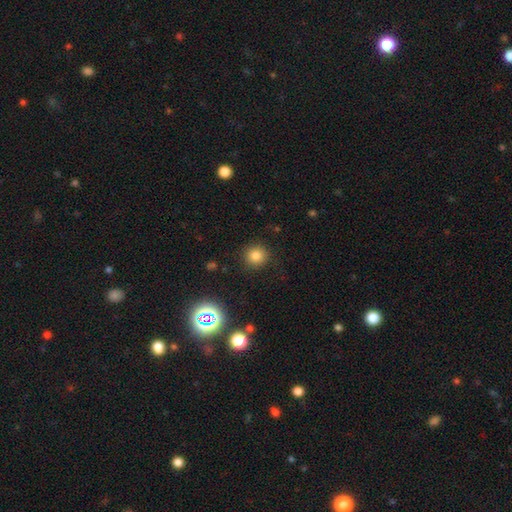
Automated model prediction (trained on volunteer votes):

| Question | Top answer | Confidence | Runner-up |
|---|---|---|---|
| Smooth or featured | smooth | 79% | star or artifact (15%) |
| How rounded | round | 91% | in between (8%) |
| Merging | none | 89% | minor disturbance (7%) |